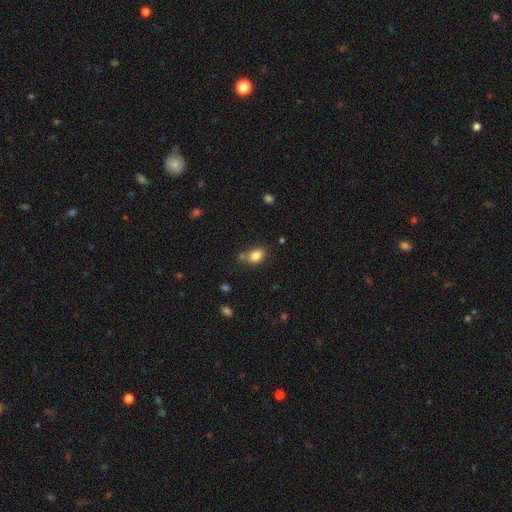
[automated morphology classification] This is clearly a smooth galaxy (83%). How rounded: likely in between (72%). Merging: possibly none (60%).